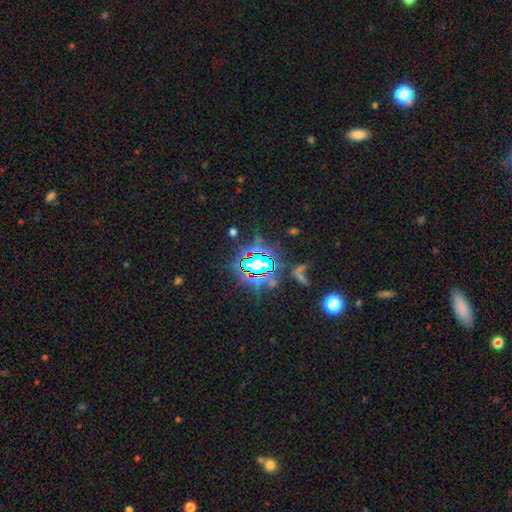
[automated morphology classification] Smooth or featured?
  - star or artifact: 82% *
  - smooth: 11%
  - featured or disk: 8%